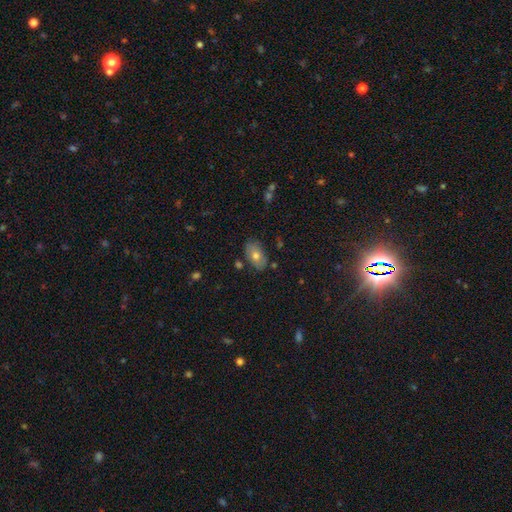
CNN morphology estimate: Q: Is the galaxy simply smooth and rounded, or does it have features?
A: smooth — 67%.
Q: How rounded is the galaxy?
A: in between — 90%.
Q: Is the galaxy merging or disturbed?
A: none — 80%.